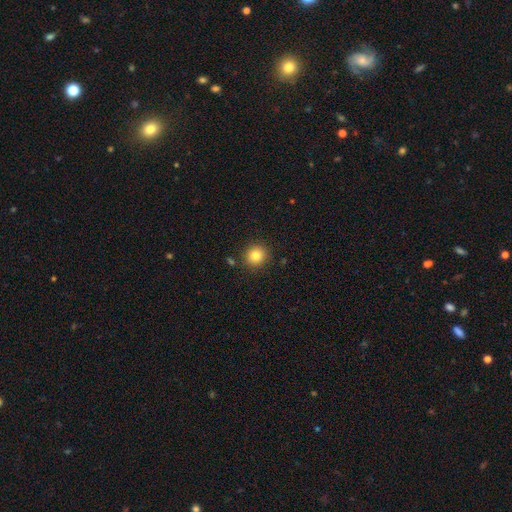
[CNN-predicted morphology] This is clearly a smooth galaxy (83%). How rounded: clearly round (92%). Merging: clearly none (88%).